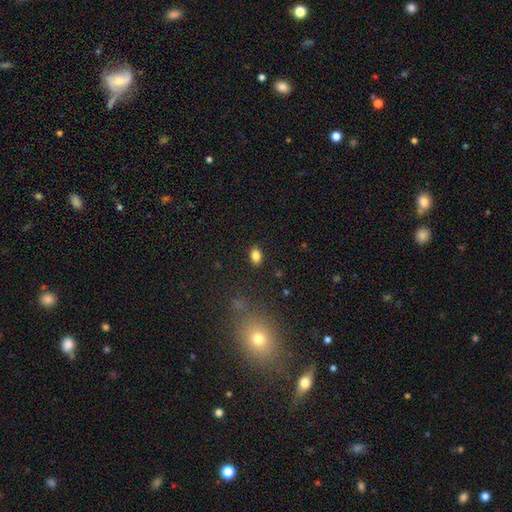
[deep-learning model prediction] Smooth or featured: smooth — 83% (star or artifact — 11%)
How rounded: in between — 75% (round — 23%)
Merging: none — 87% (minor disturbance — 9%)